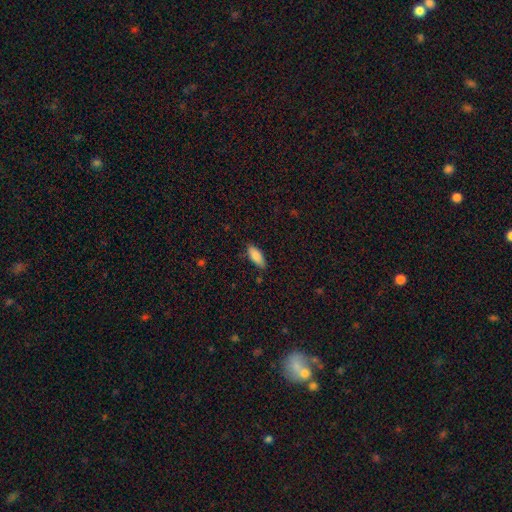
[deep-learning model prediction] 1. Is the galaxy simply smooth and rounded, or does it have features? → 87% smooth, 7% star or artifact, 6% featured or disk.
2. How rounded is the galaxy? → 78% in between, 20% cigar-shaped, 2% round.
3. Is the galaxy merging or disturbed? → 81% none, 15% minor disturbance, 3% major disturbance, 2% merger.